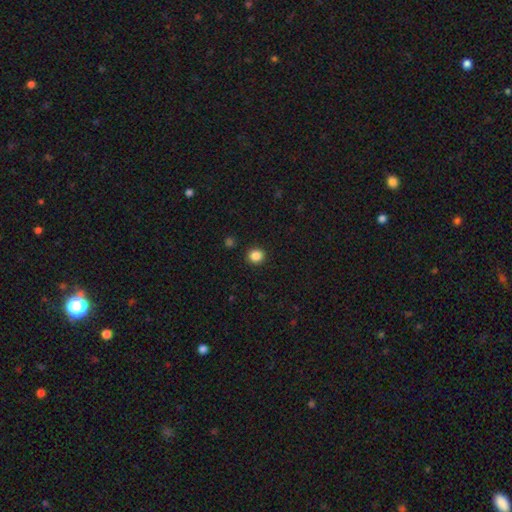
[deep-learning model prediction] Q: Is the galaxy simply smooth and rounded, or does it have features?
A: smooth — 86%.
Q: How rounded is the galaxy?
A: round — 85%.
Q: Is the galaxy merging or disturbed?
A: none — 92%.